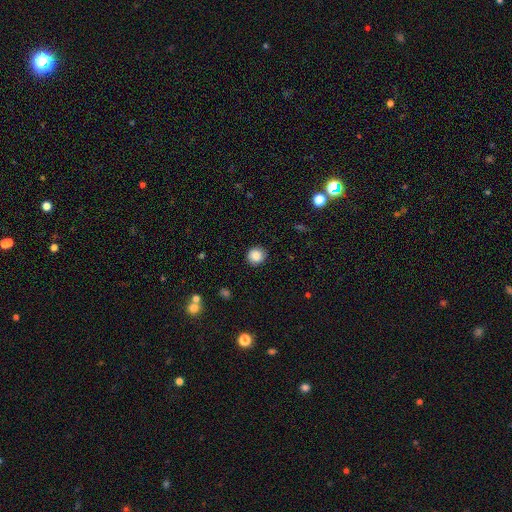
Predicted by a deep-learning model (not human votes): Smooth or featured: smooth — 86% (star or artifact — 9%)
How rounded: round — 89% (in between — 10%)
Merging: none — 89% (minor disturbance — 8%)